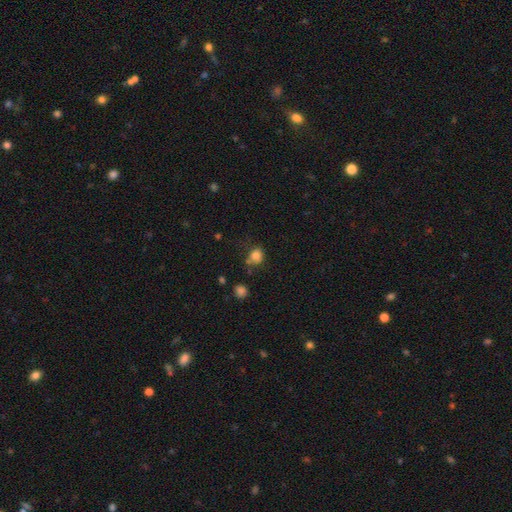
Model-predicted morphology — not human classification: Q: Smooth or featured?
A: smooth (80%); runner-up: star or artifact (12%)
Q: How rounded?
A: round (64%); runner-up: in between (35%)
Q: Merging?
A: none (57%); runner-up: minor disturbance (25%)